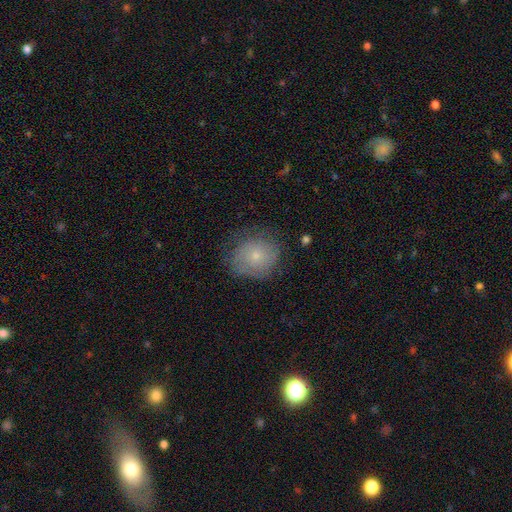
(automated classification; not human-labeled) Smooth or featured?
  - smooth: 63% *
  - featured or disk: 28%
  - star or artifact: 9%
How rounded?
  - round: 77% *
  - in between: 22%
  - cigar-shaped: 1%
Merging?
  - none: 66% *
  - minor disturbance: 24%
  - major disturbance: 9%
  - merger: 1%